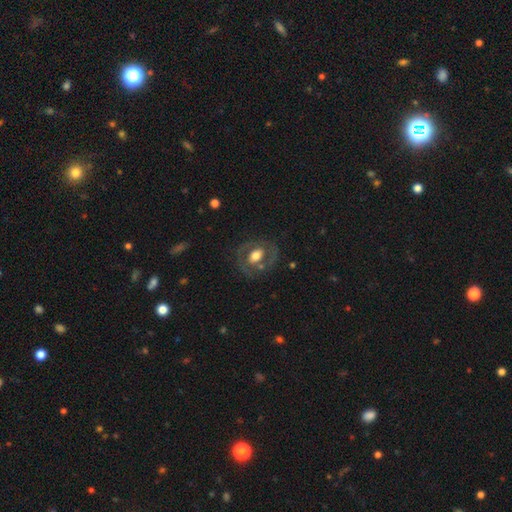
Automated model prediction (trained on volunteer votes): A featured or disk galaxy (56%) with no bar (64%), no spiral arms (64%) and a moderate central bulge (52%).

Vote fractions:
- Smooth or featured? featured or disk: 56% / smooth: 37% / star or artifact: 7%
- Edge-on disk? no: 95% / yes: 5%
- Bar? no: 64% / weak: 25% / strong: 11%
- Spiral arms? no: 64% / yes: 36%
- Bulge size? moderate: 52% / large: 36% / small: 7% / dominant: 3% / none: 2%
- Merging? none: 69% / minor disturbance: 17% / major disturbance: 10% / merger: 4%